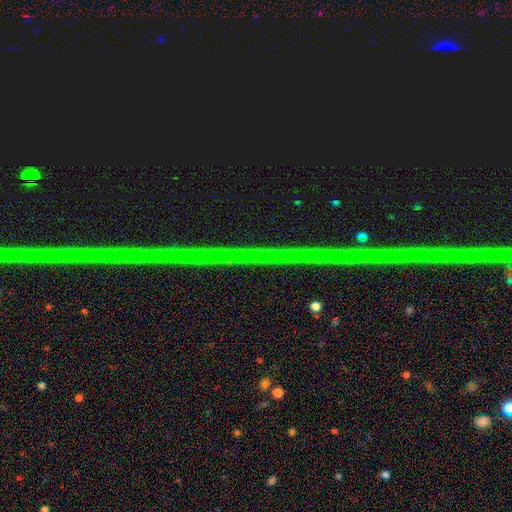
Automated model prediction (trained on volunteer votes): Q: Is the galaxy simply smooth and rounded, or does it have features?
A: star or artifact — 90%.